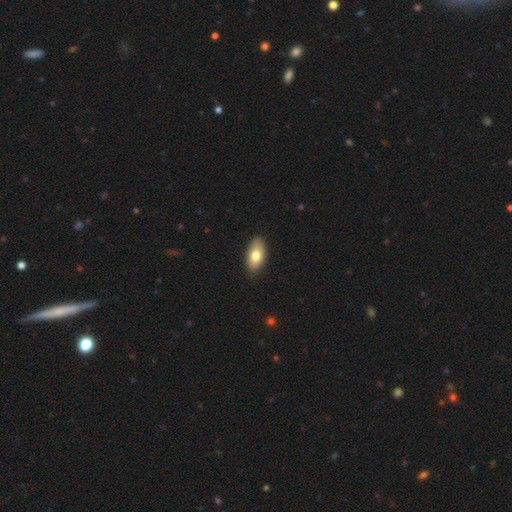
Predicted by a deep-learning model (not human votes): Overall: smooth (76%). How rounded: in between (91%). Merging: none (85%).